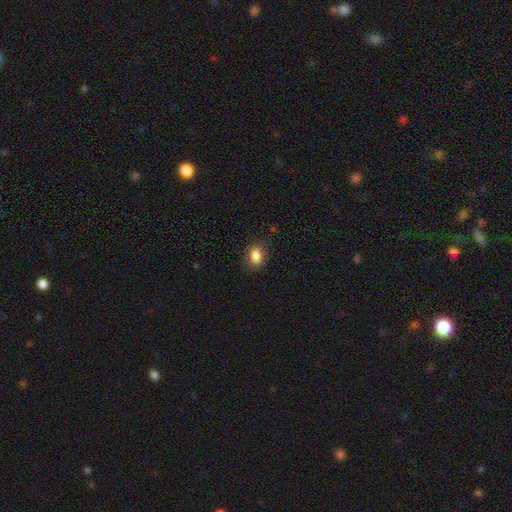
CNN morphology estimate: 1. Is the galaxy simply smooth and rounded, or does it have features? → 85% smooth, 9% star or artifact, 6% featured or disk.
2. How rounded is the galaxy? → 66% in between, 33% round, 1% cigar-shaped.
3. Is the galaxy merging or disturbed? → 75% none, 19% minor disturbance, 5% major disturbance, 1% merger.